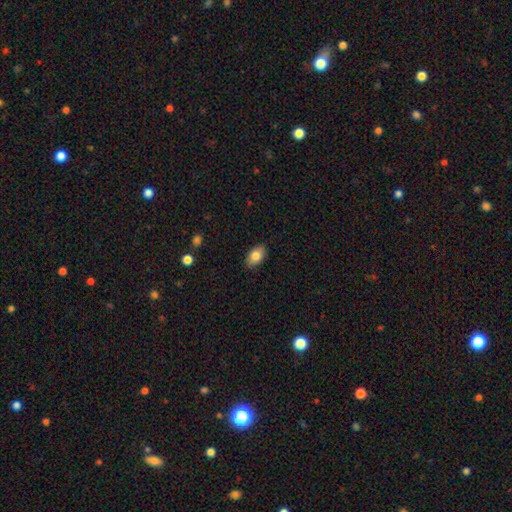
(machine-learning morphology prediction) Smooth or featured? Predicted: smooth (p=0.83). How rounded? Predicted: in between (p=0.91). Merging? Predicted: none (p=0.89).